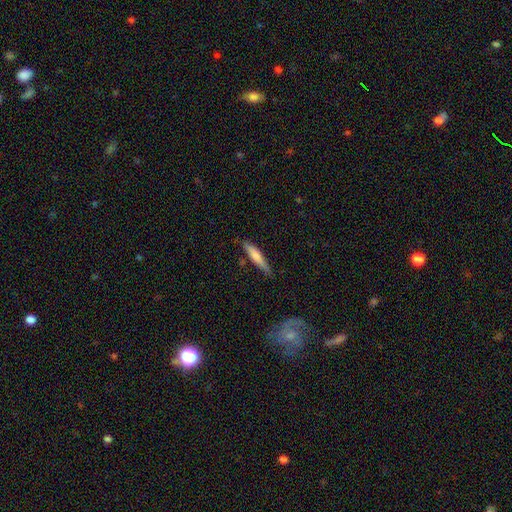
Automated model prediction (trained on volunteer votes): Smooth or featured? smooth (67%)
How rounded? cigar-shaped (88%)
Merging? none (81%)